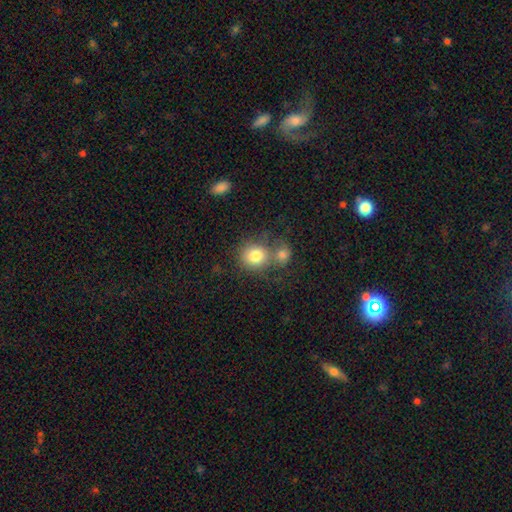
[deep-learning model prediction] Overall: smooth (80%). How rounded: round (83%). Merging: none (46%; merger 40%).